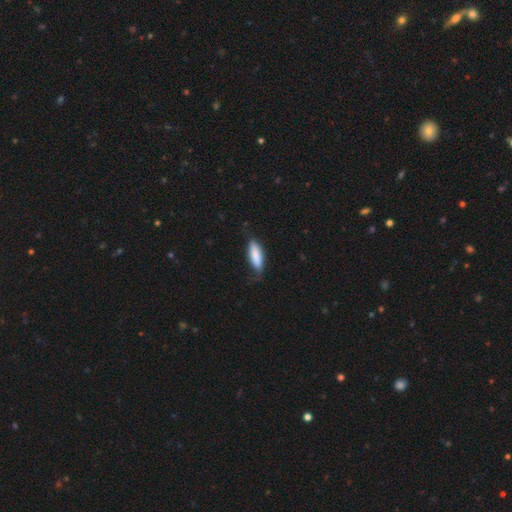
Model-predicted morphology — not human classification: This appears to be a smooth galaxy with no disk features (81%) that is in between round and cigar-shaped (56%). Merging: none (61%).